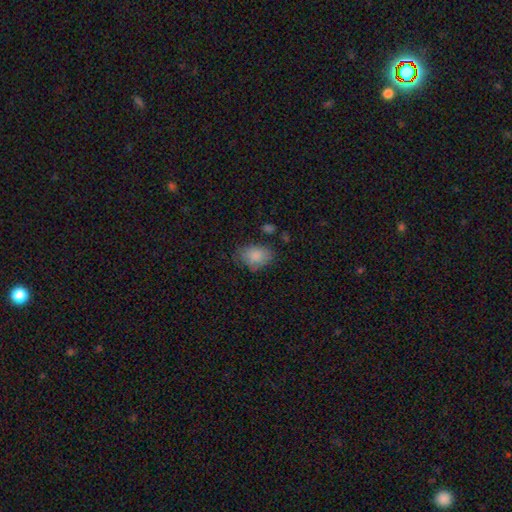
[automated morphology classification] Smooth or featured: smooth — 85% (star or artifact — 8%)
How rounded: in between — 79% (round — 20%)
Merging: none — 64% (minor disturbance — 25%)